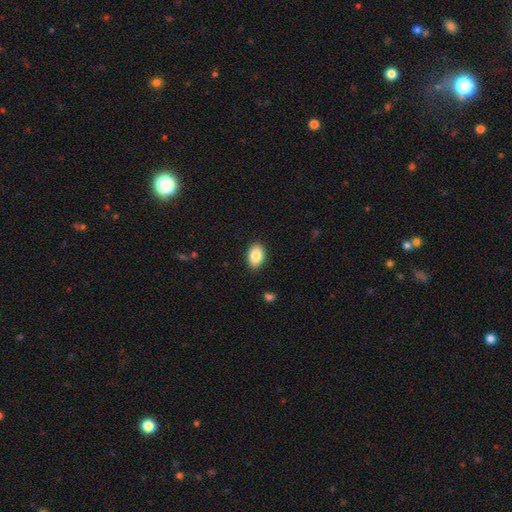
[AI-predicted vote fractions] A smooth galaxy with no disk features (87%) that is in between round and cigar-shaped (88%).

Vote fractions:
- Smooth or featured? smooth: 87% / star or artifact: 7% / featured or disk: 6%
- How rounded? in between: 88% / round: 10% / cigar-shaped: 1%
- Merging? none: 89% / minor disturbance: 8% / major disturbance: 2% / merger: 1%